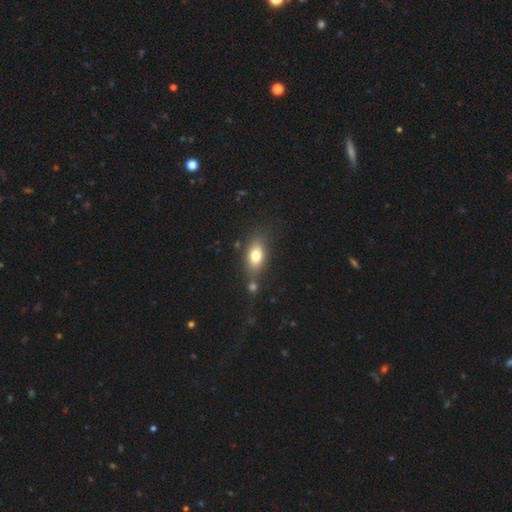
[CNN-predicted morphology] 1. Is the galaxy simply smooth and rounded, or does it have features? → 75% smooth, 16% featured or disk, 9% star or artifact.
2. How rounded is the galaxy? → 80% in between, 13% round, 7% cigar-shaped.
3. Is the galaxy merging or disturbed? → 62% none, 17% merger, 15% minor disturbance, 6% major disturbance.